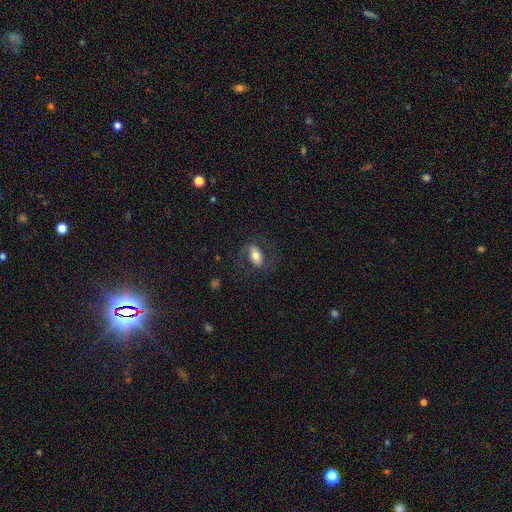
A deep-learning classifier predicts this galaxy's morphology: Smooth or featured?
  - smooth: 52% *
  - featured or disk: 40%
  - star or artifact: 8%
How rounded?
  - in between: 88% *
  - round: 9%
  - cigar-shaped: 4%
Merging?
  - none: 68% *
  - minor disturbance: 16%
  - major disturbance: 15%
  - merger: 1%